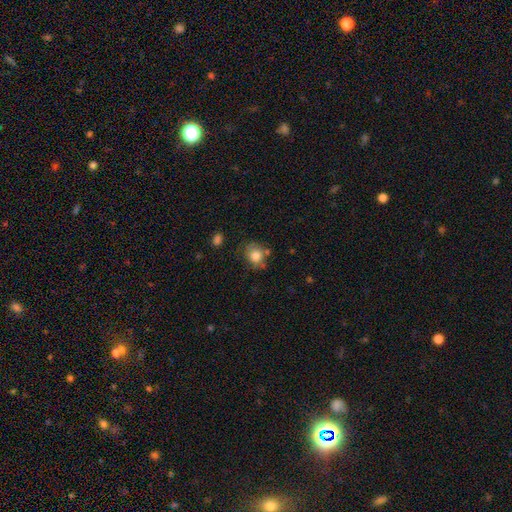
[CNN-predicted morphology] Smooth or featured? smooth (79%)
How rounded? round (66%)
Merging? none (63%)